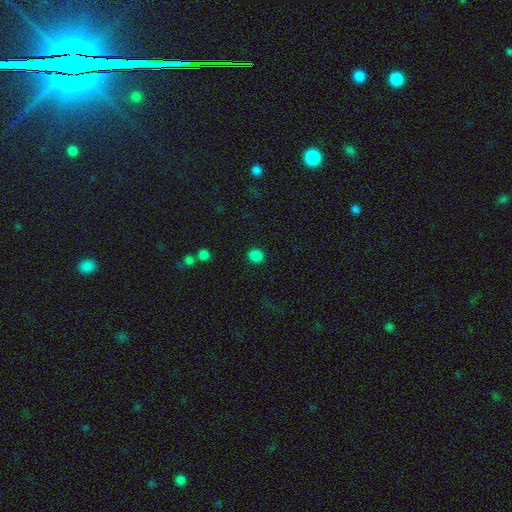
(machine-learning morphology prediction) Smooth or featured?
  - smooth: 85% *
  - star or artifact: 12%
  - featured or disk: 3%
How rounded?
  - round: 77% *
  - in between: 22%
  - cigar-shaped: 1%
Merging?
  - none: 90% *
  - minor disturbance: 6%
  - major disturbance: 2%
  - merger: 2%